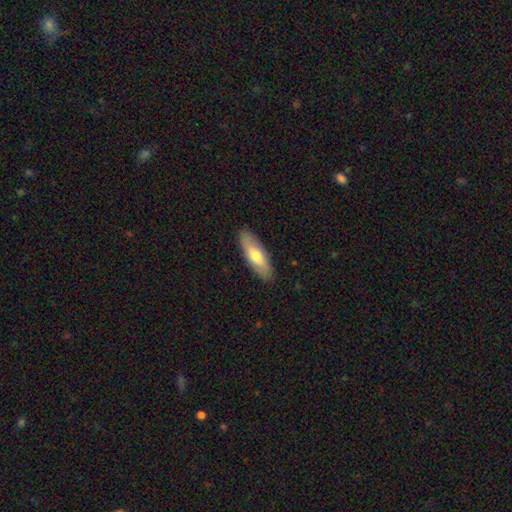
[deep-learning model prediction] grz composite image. It shows a smooth galaxy with no disk features (63%) that is in between round and cigar-shaped (55%). Merging: none (88%).